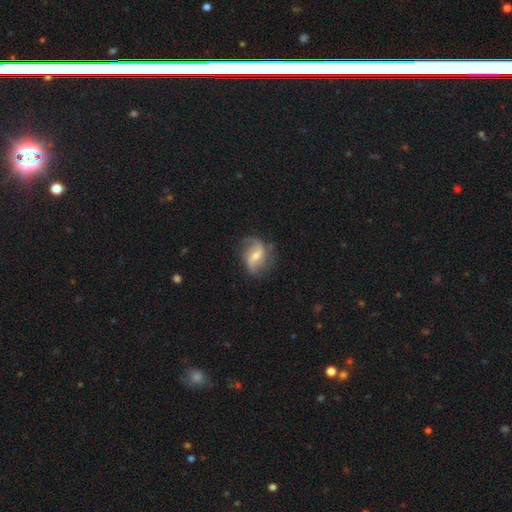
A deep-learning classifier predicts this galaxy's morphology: smooth-or-featured: featured or disk: 78% | smooth: 16% | star or artifact: 7%
  disk-edge-on: no: 97% | yes: 3%
    bar: weak: 48% | no: 27% | strong: 25%
    has-spiral-arms: yes: 92% | no: 8%
      spiral-winding: loose: 60% | medium: 31% | tight: 10%
      spiral-arm-count: 2: 80% | can't tell: 7% | 1: 5% | 3: 4% | 4: 2% | more than 4: 2%
    bulge-size: moderate: 53% | small: 41% | large: 3% | none: 2% | dominant: 1%
  merging: none: 68% | minor disturbance: 21% | major disturbance: 10% | merger: 2%